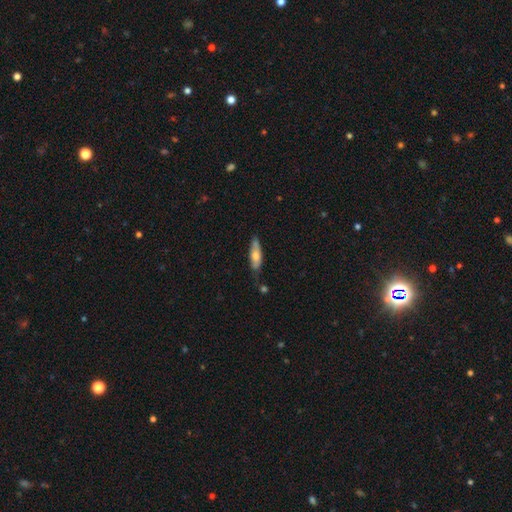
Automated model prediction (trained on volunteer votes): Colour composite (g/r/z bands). It shows a smooth galaxy with no disk features (58%) that is cigar-shaped (50%). Merging: none (62%).